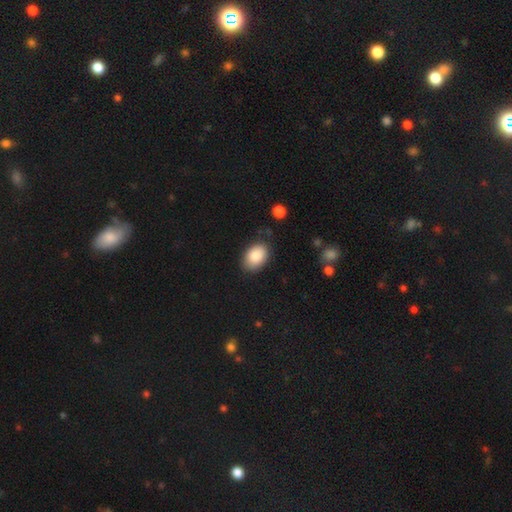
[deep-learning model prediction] A smooth galaxy with no disk features (86%) that is in between round and cigar-shaped (86%). Merging: none (80%).